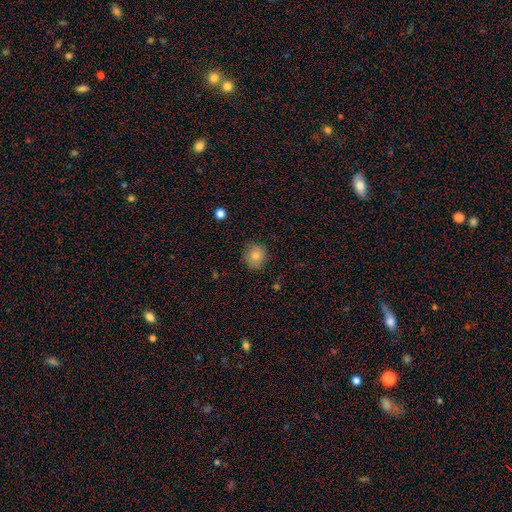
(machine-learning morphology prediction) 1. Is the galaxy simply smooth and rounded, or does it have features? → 74% smooth, 14% featured or disk, 12% star or artifact.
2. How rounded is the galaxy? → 85% round, 14% in between, 1% cigar-shaped.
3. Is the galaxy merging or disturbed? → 83% none, 13% minor disturbance, 3% major disturbance, 1% merger.